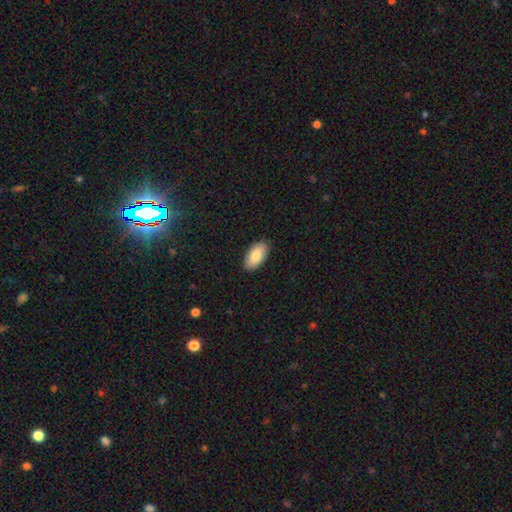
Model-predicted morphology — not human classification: Smooth or featured? Predicted: smooth (p=0.83). How rounded? Predicted: in between (p=0.95). Merging? Predicted: none (p=0.88).